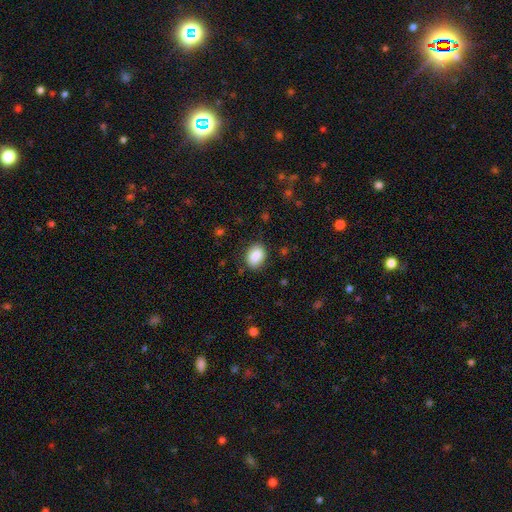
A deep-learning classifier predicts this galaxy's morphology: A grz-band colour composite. It shows a smooth galaxy with no disk features (87%) that is in between round and cigar-shaped (71%). Merging: none (84%).